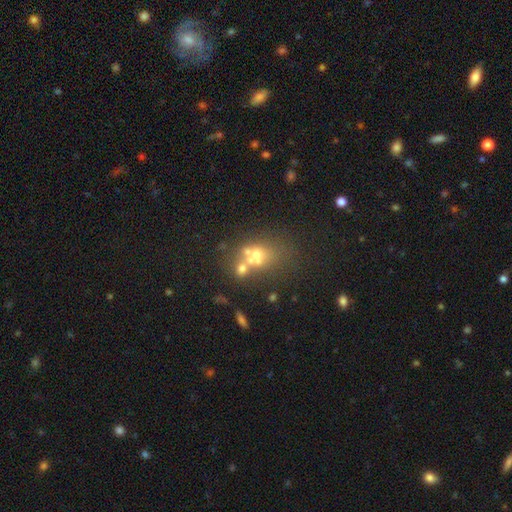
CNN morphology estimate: smooth-or-featured: smooth: 47% | featured or disk: 32% | star or artifact: 22%
  merging: merger: 47% | none: 34% | minor disturbance: 10% | major disturbance: 9%